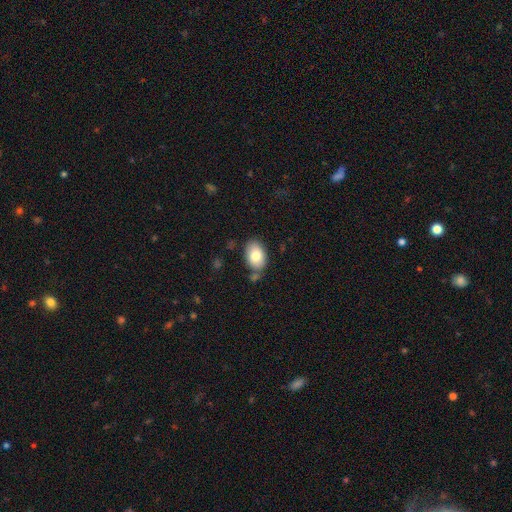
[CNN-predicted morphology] Q: Smooth or featured?
A: smooth (80%); runner-up: featured or disk (13%)
Q: How rounded?
A: in between (86%); runner-up: round (12%)
Q: Merging?
A: none (75%); runner-up: minor disturbance (15%)